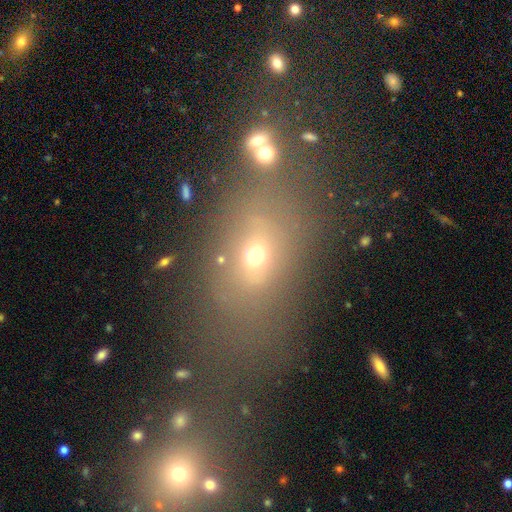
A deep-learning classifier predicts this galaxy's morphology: Q: Smooth or featured?
A: smooth (58%); runner-up: featured or disk (21%)
Q: How rounded?
A: in between (69%); runner-up: round (27%)
Q: Merging?
A: none (53%); runner-up: merger (19%)